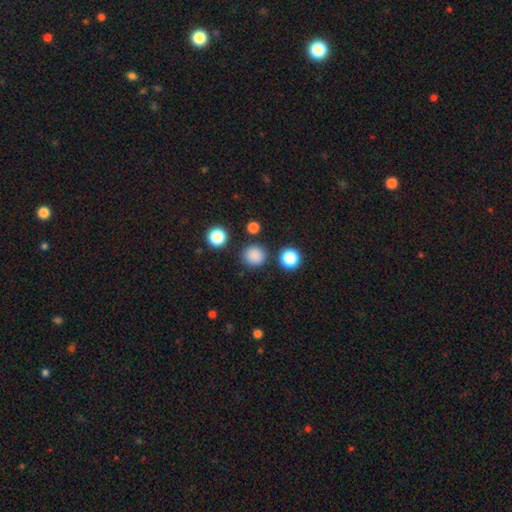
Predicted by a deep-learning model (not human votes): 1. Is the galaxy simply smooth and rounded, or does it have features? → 84% smooth, 13% star or artifact, 3% featured or disk.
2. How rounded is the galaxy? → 93% round, 6% in between, 1% cigar-shaped.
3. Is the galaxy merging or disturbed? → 86% none, 8% minor disturbance, 4% merger, 3% major disturbance.